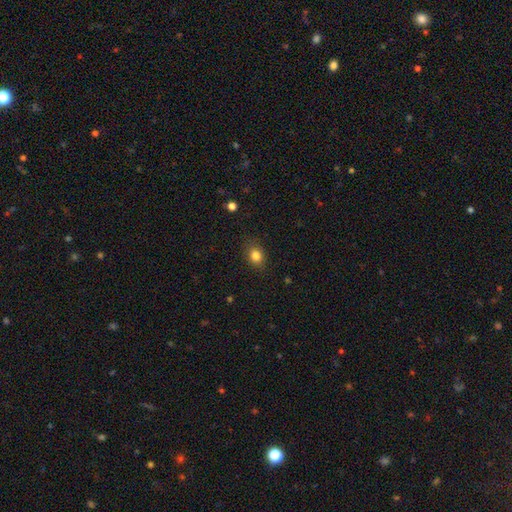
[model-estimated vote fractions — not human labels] Smooth or featured?
  - smooth: 83% *
  - star or artifact: 11%
  - featured or disk: 6%
How rounded?
  - in between: 50% *
  - round: 49%
  - cigar-shaped: 1%
Merging?
  - none: 83% *
  - minor disturbance: 13%
  - major disturbance: 3%
  - merger: 1%